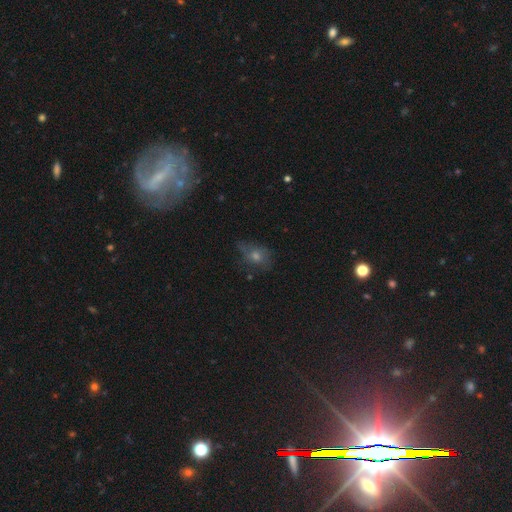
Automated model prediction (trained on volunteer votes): smooth_or_featured: smooth (p=0.47) [alt: featured or disk p=0.29]
merging: none (p=0.58) [alt: minor disturbance p=0.26]